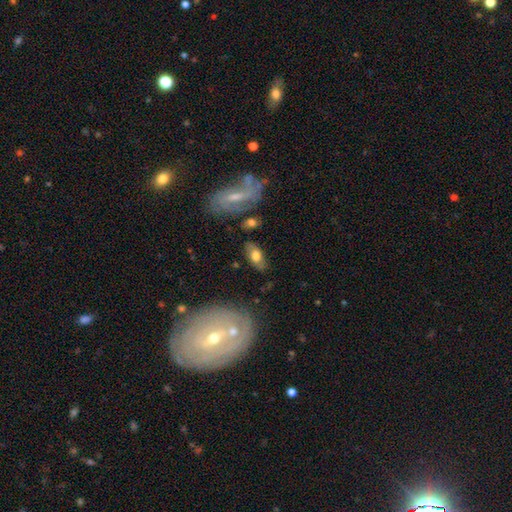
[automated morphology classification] This appears to be a smooth galaxy with no disk features (63%) that is in between round and cigar-shaped (87%). Merging: none (74%).